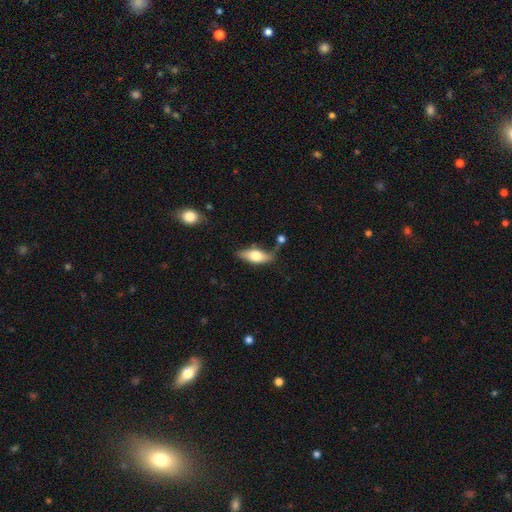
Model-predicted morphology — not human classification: This is possibly a smooth galaxy (60%). How rounded: likely in between (71%). Merging: likely none (62%).